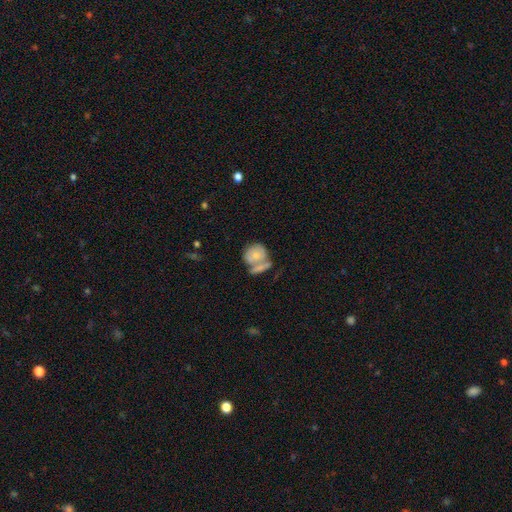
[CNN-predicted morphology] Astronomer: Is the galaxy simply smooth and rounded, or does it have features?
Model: smooth — 64%.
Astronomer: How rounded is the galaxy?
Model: round — 73%.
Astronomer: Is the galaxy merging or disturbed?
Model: merger — 45% (runner-up: none, 34%).